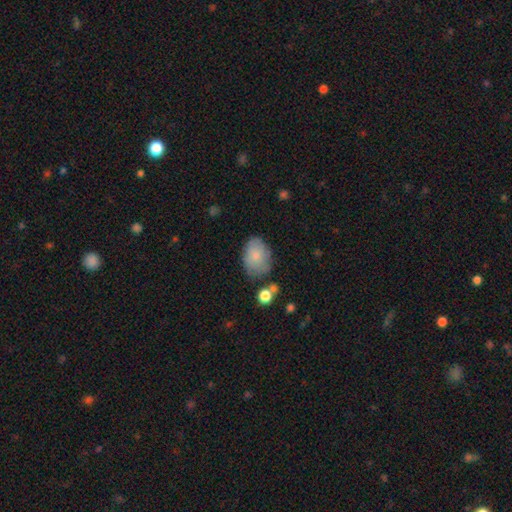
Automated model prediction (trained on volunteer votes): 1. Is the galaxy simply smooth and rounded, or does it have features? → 80% smooth, 12% featured or disk, 7% star or artifact.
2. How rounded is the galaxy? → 79% in between, 20% round, 1% cigar-shaped.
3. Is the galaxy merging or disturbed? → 63% none, 24% minor disturbance, 8% major disturbance, 6% merger.